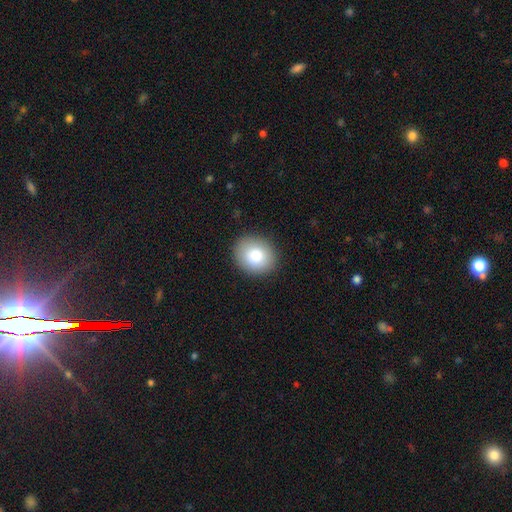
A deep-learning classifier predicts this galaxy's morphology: This appears to be a smooth galaxy with no disk features (82%) that is round (69%). Merging: none (90%).